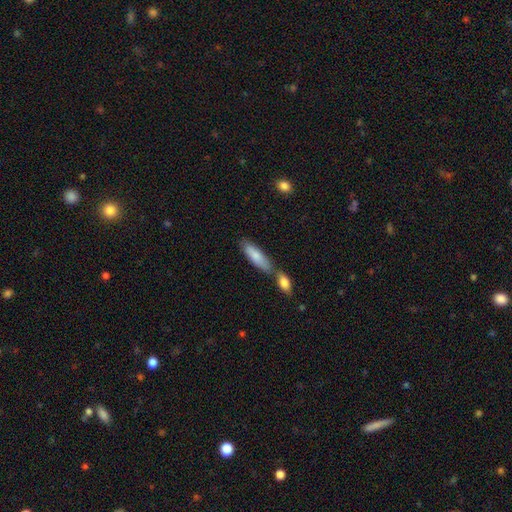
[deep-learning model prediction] Q: Smooth or featured?
A: smooth (80%); runner-up: featured or disk (15%)
Q: How rounded?
A: cigar-shaped (51%); runner-up: in between (47%)
Q: Merging?
A: none (48%); runner-up: merger (36%)